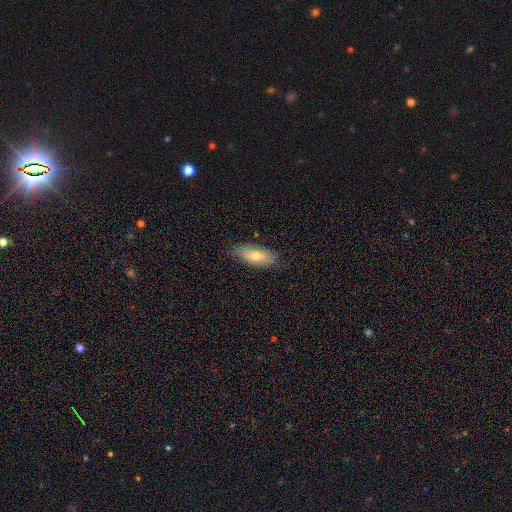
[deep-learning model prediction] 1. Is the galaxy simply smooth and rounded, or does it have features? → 65% smooth, 29% featured or disk, 7% star or artifact.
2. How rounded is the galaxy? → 79% in between, 19% cigar-shaped, 3% round.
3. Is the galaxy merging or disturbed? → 78% none, 18% minor disturbance, 3% major disturbance, 1% merger.